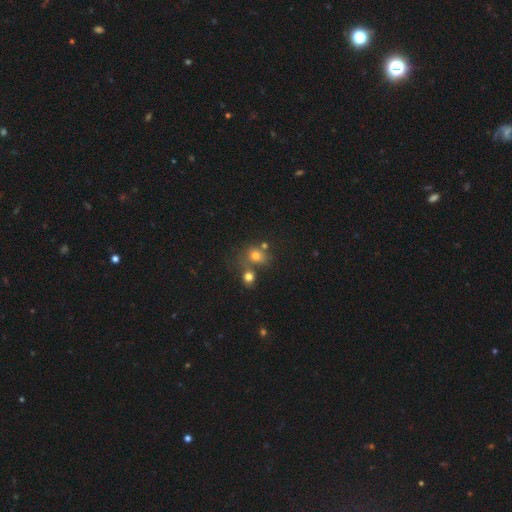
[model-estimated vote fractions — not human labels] Q: Smooth or featured?
A: smooth (72%); runner-up: star or artifact (17%)
Q: How rounded?
A: round (71%); runner-up: in between (28%)
Q: Merging?
A: none (50%); runner-up: merger (32%)